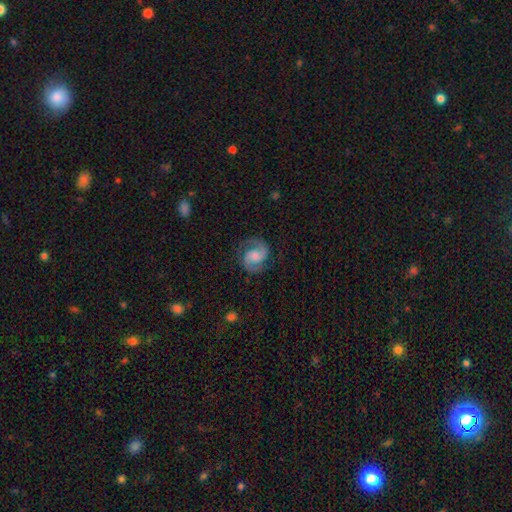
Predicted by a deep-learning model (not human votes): Morphology: type=featured or disk (89%); edge-on=no (98%); bar=no (47%); spiral arms=yes (98%); winding=medium (61%); arm count=2 (94%); bulge=moderate (40%); merging=none (82%).